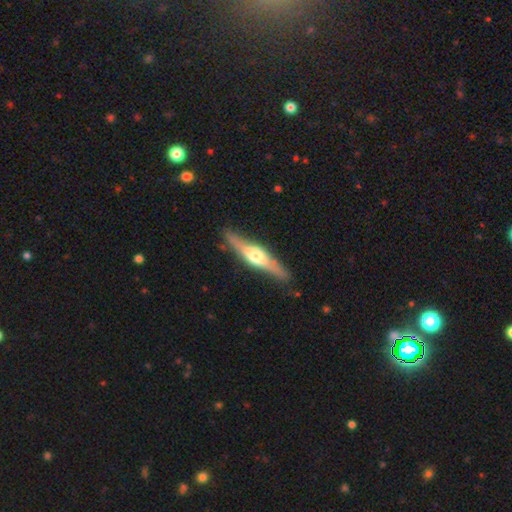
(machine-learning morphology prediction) This appears to be a featured or disk galaxy (70%) viewed edge-on (95%) with a rounded central bulge (89%). Merging: none (86%).